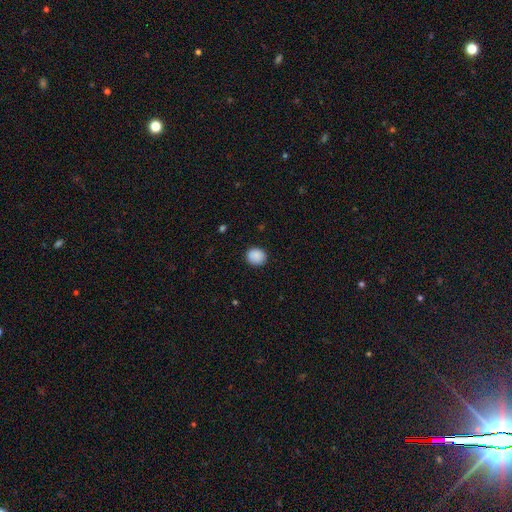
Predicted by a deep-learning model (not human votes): smooth_or_featured: smooth (p=0.89) [alt: star or artifact p=0.08]
how_rounded: round (p=0.82) [alt: in between p=0.17]
merging: none (p=0.89) [alt: minor disturbance p=0.08]